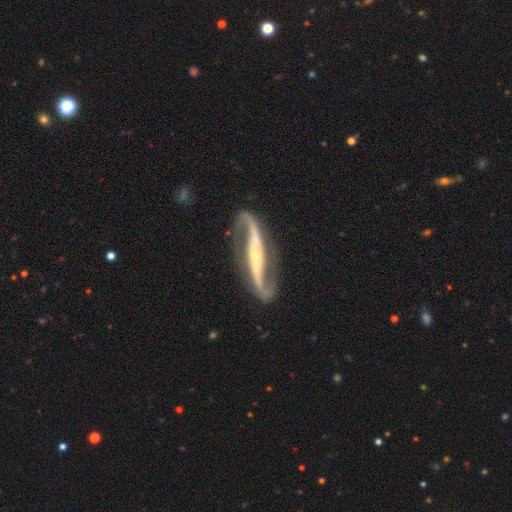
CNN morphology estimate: A featured or disk galaxy (93%) with a strong bar (66%), 2 (94%) loose (53%) spiral arms (97%) and a small central bulge (69%). Merging: none (83%).